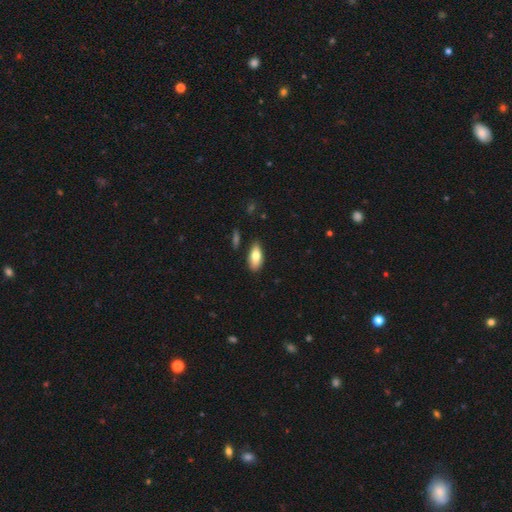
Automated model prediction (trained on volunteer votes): smooth-or-featured: smooth: 76% | featured or disk: 17% | star or artifact: 6%
  how-rounded: in between: 86% | cigar-shaped: 11% | round: 3%
  merging: none: 80% | minor disturbance: 15% | merger: 3% | major disturbance: 3%